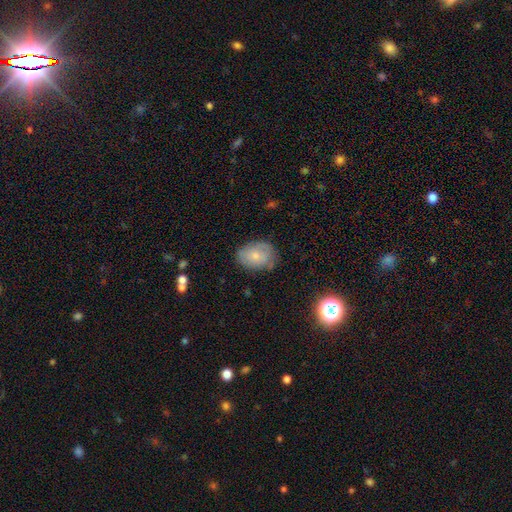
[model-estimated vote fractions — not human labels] This appears to be a smooth galaxy with no disk features (65%) that is in between round and cigar-shaped (77%). Merging: none (68%).